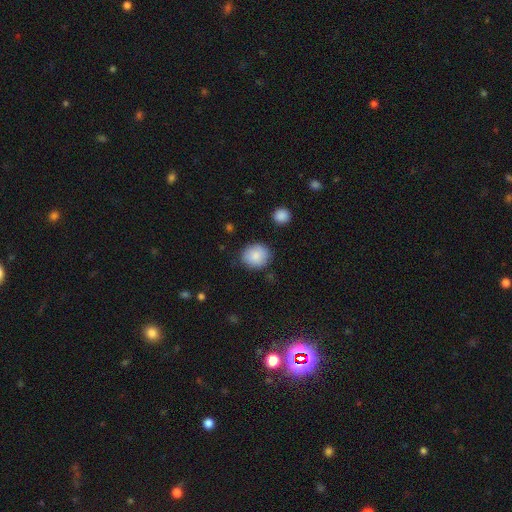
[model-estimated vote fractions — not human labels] This is clearly a smooth galaxy (86%). How rounded: likely round (75%). Merging: likely none (79%).